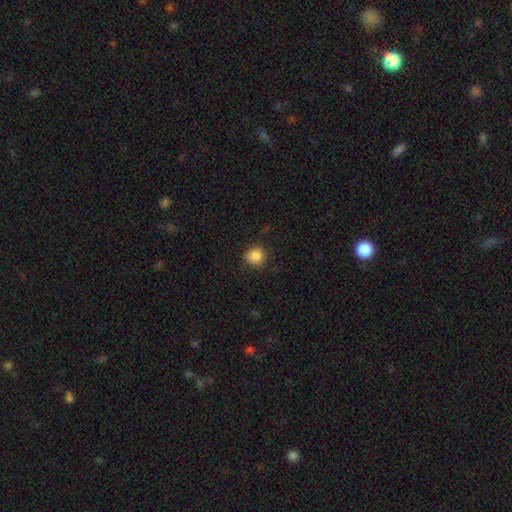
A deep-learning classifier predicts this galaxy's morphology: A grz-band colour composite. It shows a smooth galaxy with no disk features (86%) that is round (89%). Merging: none (83%).